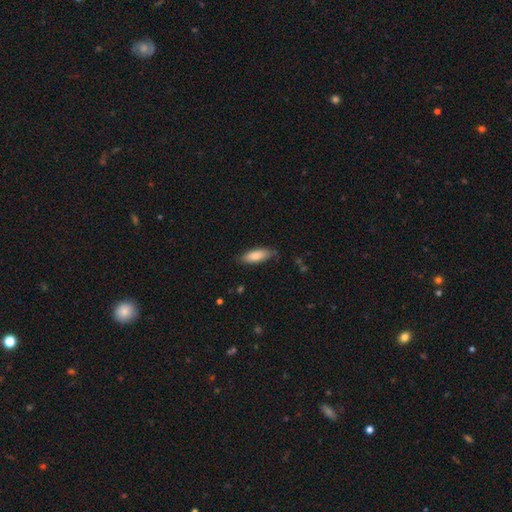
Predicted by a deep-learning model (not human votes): Smooth or featured? Predicted: smooth (p=0.82). How rounded? Predicted: in between (p=0.72). Merging? Predicted: none (p=0.80).